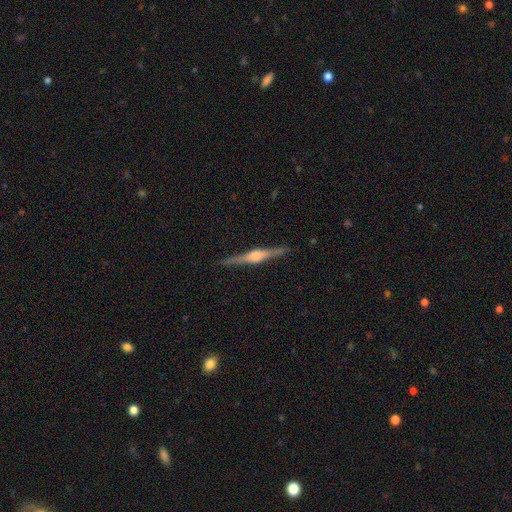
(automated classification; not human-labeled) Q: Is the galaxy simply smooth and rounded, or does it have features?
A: featured or disk — 81%.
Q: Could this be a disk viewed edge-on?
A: yes — 98%.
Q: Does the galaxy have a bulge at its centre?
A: rounded — 80%.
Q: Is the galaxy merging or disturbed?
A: none — 90%.